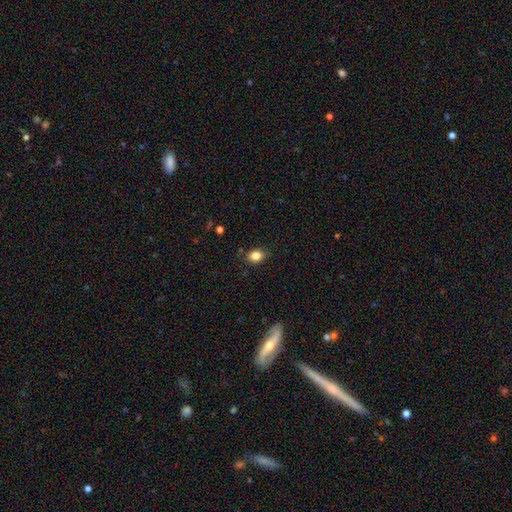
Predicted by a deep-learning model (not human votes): Smooth or featured? Predicted: smooth (p=0.83). How rounded? Predicted: in between (p=0.62). Merging? Predicted: none (p=0.83).